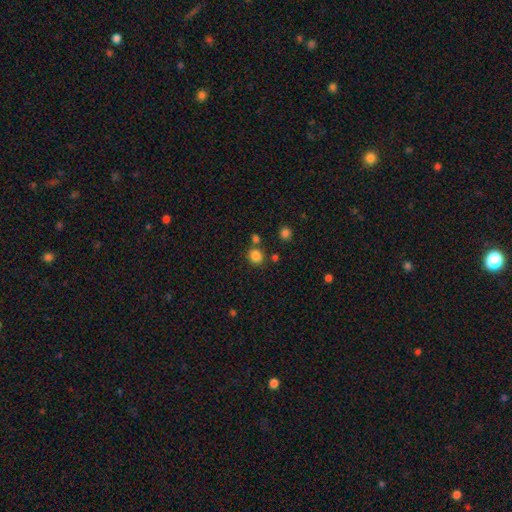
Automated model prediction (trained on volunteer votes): smooth 83%, star or artifact 12%, featured or disk 4%. Down the decision tree: how rounded — round (80%); merging — none (75%).